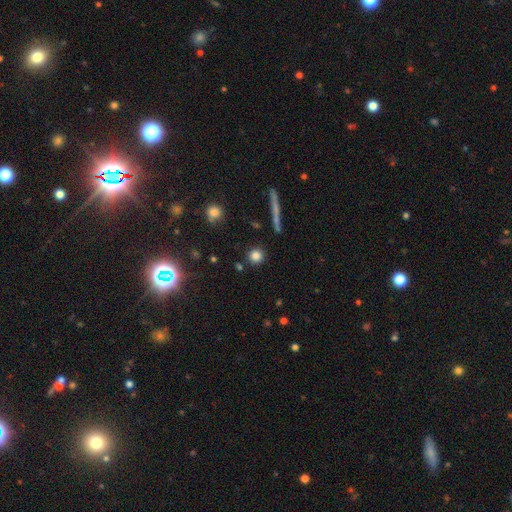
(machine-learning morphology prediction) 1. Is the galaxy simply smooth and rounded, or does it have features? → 81% smooth, 12% star or artifact, 7% featured or disk.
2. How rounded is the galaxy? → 92% round, 6% in between, 2% cigar-shaped.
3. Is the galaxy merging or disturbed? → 88% none, 6% minor disturbance, 3% merger, 2% major disturbance.